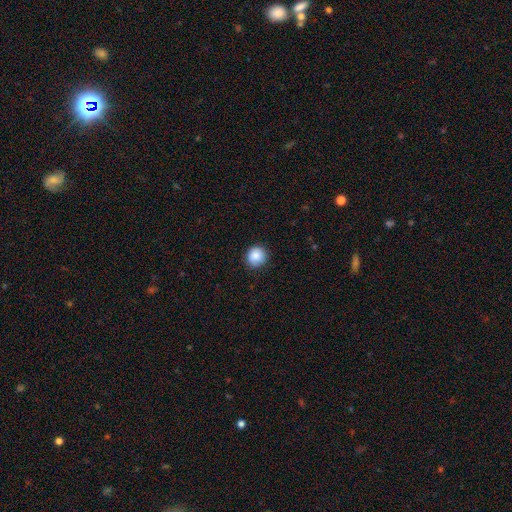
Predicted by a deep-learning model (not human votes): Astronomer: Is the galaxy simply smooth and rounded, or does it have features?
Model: smooth — 86%.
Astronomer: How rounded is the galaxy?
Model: round — 92%.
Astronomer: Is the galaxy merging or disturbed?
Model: none — 87%.